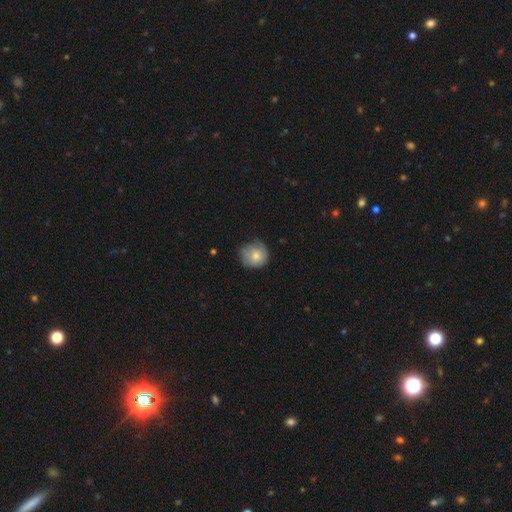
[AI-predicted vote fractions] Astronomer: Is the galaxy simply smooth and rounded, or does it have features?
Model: smooth — 69%.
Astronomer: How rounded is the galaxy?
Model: round — 87%.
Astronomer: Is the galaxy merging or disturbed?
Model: none — 57%.